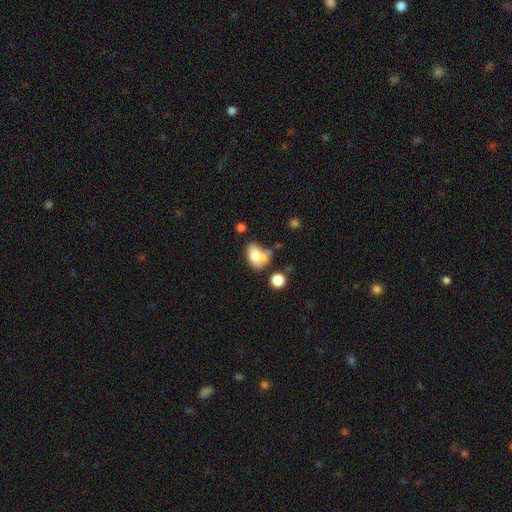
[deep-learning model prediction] A smooth galaxy with no disk features (73%) that is in between round and cigar-shaped (83%). Merging: merger (33%).